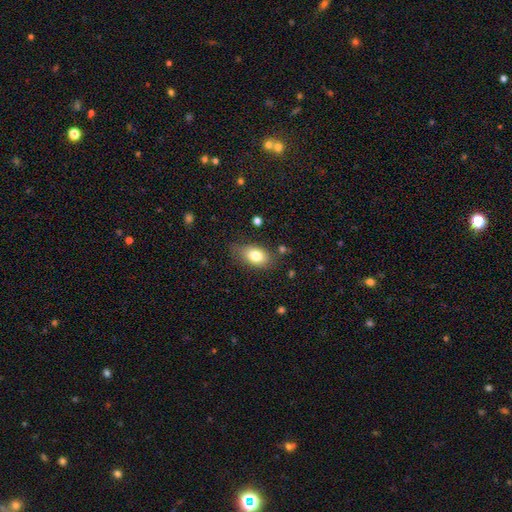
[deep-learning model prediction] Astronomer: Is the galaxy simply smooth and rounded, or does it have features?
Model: smooth — 80%.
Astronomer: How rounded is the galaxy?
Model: in between — 86%.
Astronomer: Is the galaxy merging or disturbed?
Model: none — 72%.